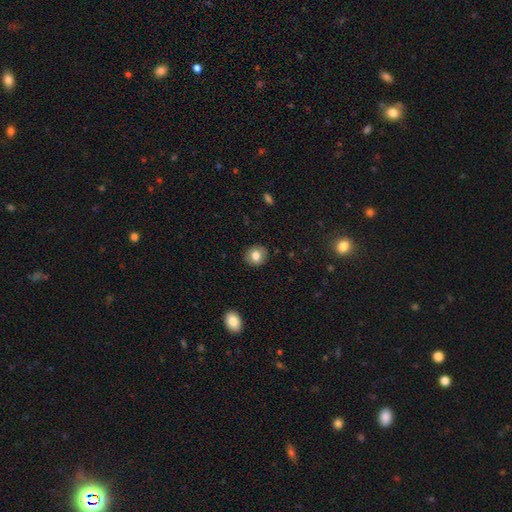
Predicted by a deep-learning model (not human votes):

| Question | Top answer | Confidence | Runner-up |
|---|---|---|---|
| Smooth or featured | smooth | 79% | featured or disk (11%) |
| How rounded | round | 84% | in between (15%) |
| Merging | none | 89% | minor disturbance (8%) |